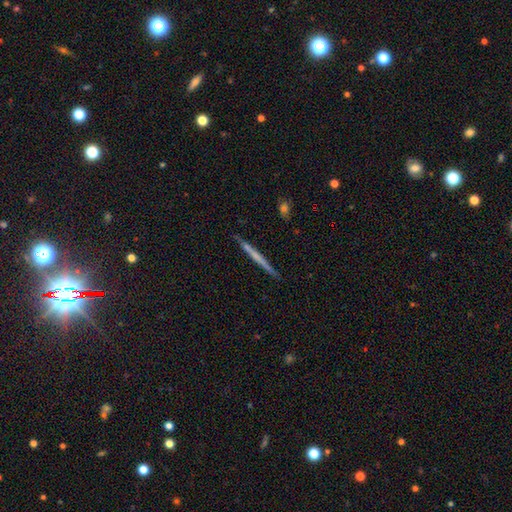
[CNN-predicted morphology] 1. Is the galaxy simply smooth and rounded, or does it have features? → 51% featured or disk, 43% smooth, 5% star or artifact.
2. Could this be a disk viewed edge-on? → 97% yes, 3% no.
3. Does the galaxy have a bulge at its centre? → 86% none, 9% rounded, 5% boxy.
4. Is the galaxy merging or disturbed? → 90% none, 7% minor disturbance, 1% merger, 1% major disturbance.